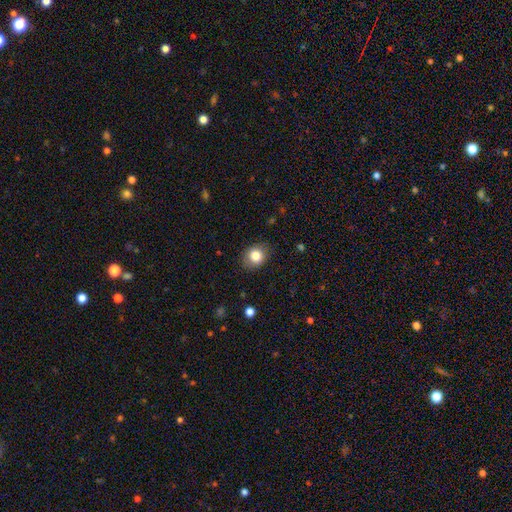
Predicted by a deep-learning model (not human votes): Smooth or featured?
  - smooth: 83% *
  - star or artifact: 10%
  - featured or disk: 8%
How rounded?
  - round: 64% *
  - in between: 35%
  - cigar-shaped: 1%
Merging?
  - none: 84% *
  - minor disturbance: 12%
  - major disturbance: 3%
  - merger: 1%